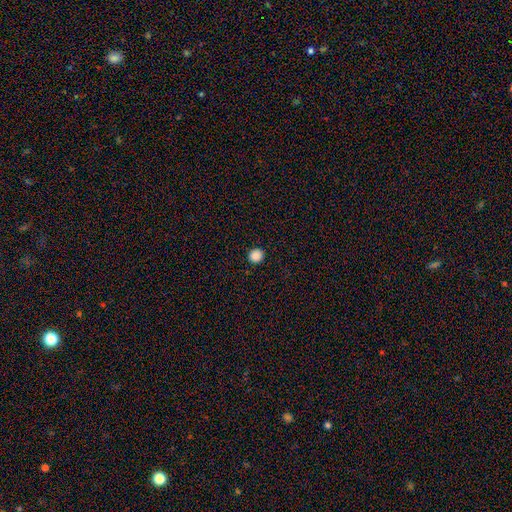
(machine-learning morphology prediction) Smooth or featured: smooth — 88% (star or artifact — 10%)
How rounded: round — 88% (in between — 11%)
Merging: none — 93% (minor disturbance — 5%)